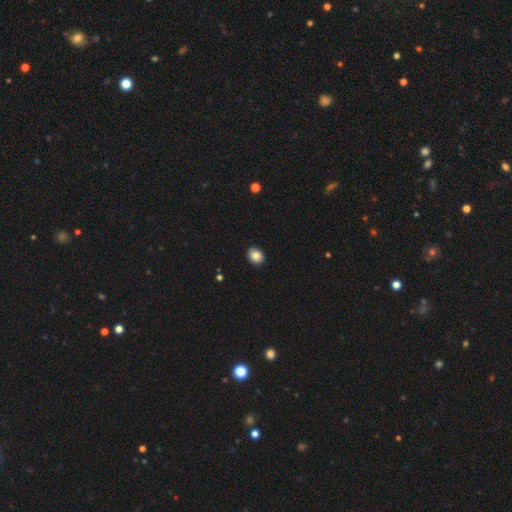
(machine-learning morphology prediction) A smooth galaxy with no disk features (84%) that is round (53%).

Vote fractions:
- Smooth or featured? smooth: 84% / star or artifact: 9% / featured or disk: 7%
- How rounded? round: 53% / in between: 46% / cigar-shaped: 1%
- Merging? none: 91% / minor disturbance: 6% / major disturbance: 1% / merger: 1%